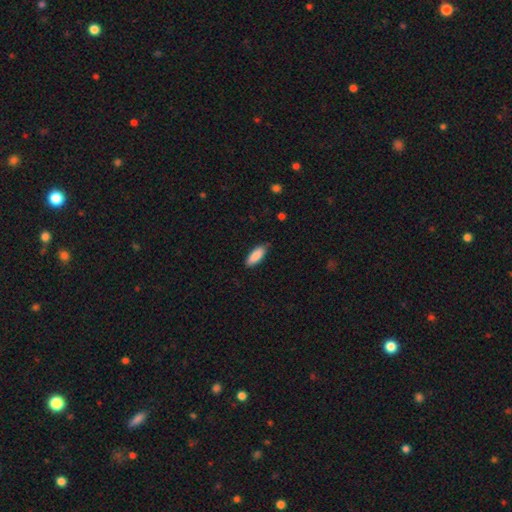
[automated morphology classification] smooth 89%, star or artifact 6%, featured or disk 6%. Down the decision tree: how rounded — in between (72%); merging — none (81%).